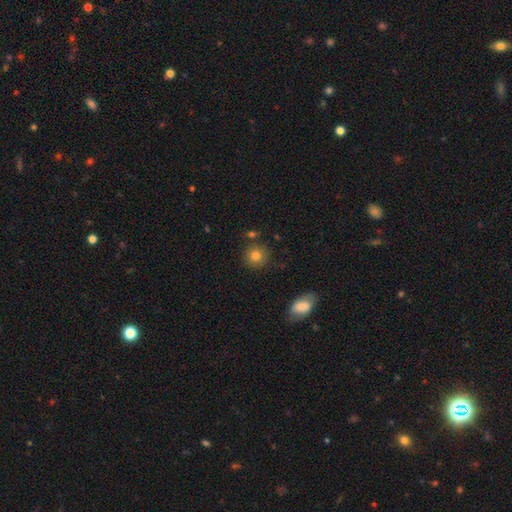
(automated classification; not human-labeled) Overall: smooth (81%). How rounded: round (90%). Merging: none (82%).